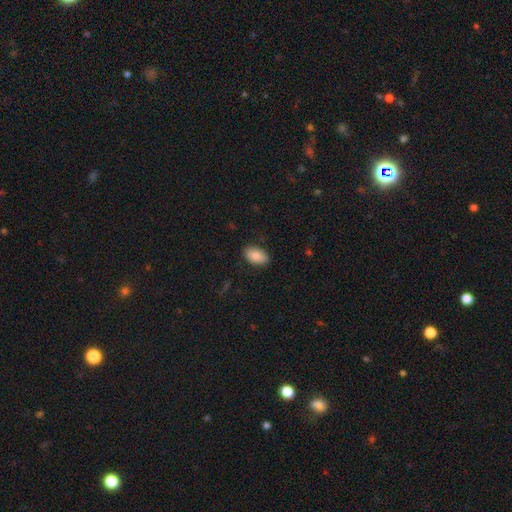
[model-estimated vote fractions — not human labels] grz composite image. It shows a smooth galaxy with no disk features (80%) that is in between round and cigar-shaped (92%). Merging: none (86%).